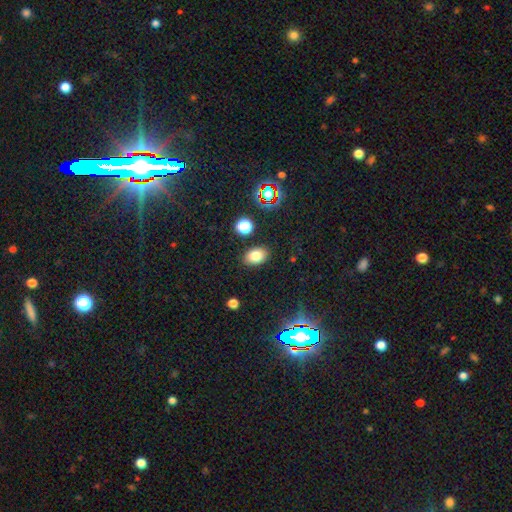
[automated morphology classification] type=smooth (78%); roundness=in between (82%); merging=none (85%).